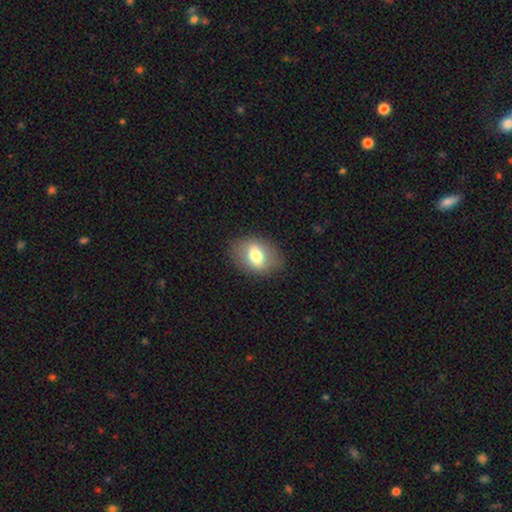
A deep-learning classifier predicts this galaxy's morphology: This is likely a smooth galaxy (64%). How rounded: likely in between (74%). Merging: clearly none (82%).